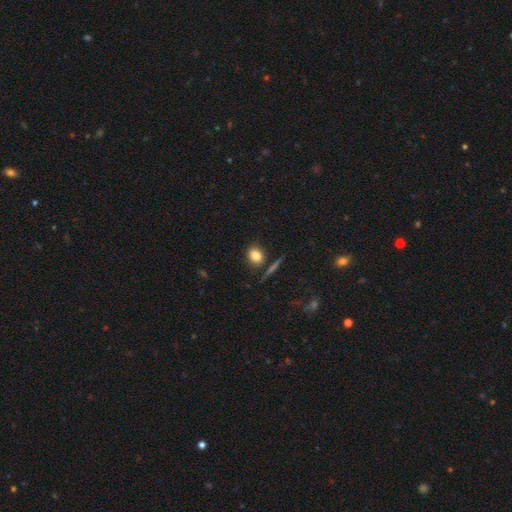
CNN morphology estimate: This is clearly a smooth galaxy (81%). How rounded: possibly round (50%). Merging: likely none (75%).